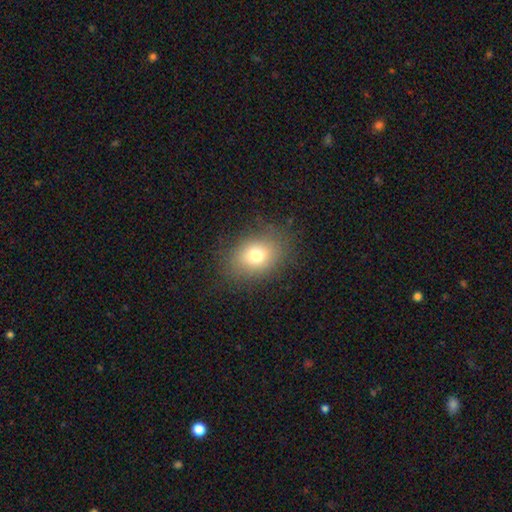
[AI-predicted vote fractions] A smooth galaxy with no disk features (73%) that is in between round and cigar-shaped (57%).

Vote fractions:
- Smooth or featured? smooth: 73% / star or artifact: 14% / featured or disk: 13%
- How rounded? in between: 57% / round: 42% / cigar-shaped: 1%
- Merging? none: 81% / minor disturbance: 12% / major disturbance: 6% / merger: 1%